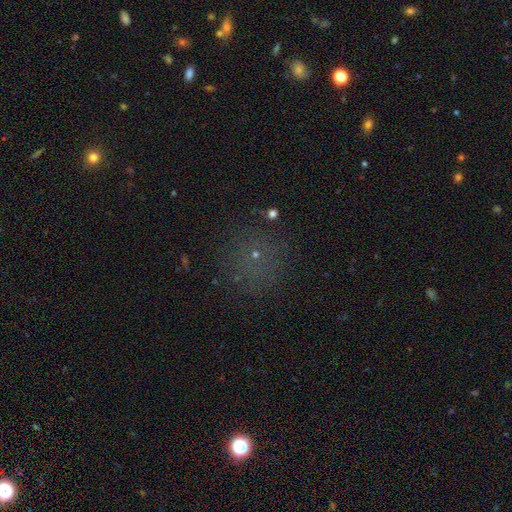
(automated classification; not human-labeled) smooth-or-featured: smooth: 49% | star or artifact: 39% | featured or disk: 13%
  merging: none: 81% | minor disturbance: 11% | major disturbance: 6% | merger: 2%